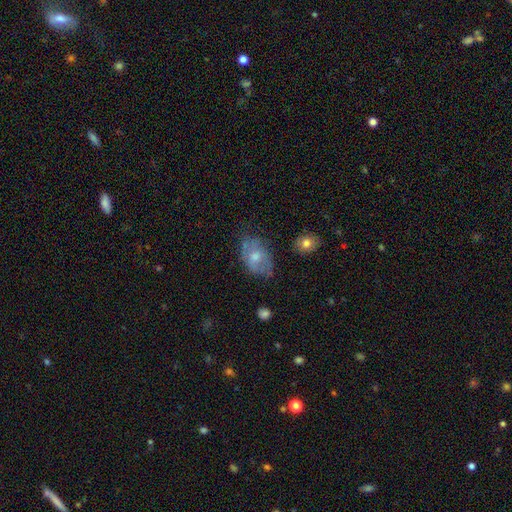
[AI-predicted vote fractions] Q: Smooth or featured?
A: featured or disk (46%); runner-up: smooth (42%)
Q: Merging?
A: none (63%); runner-up: minor disturbance (26%)